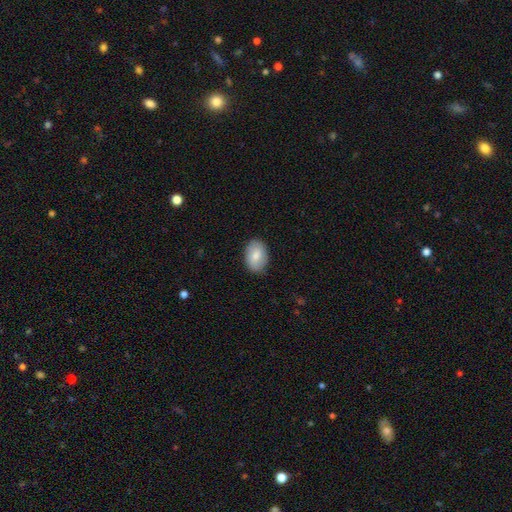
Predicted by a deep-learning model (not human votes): Overall: smooth (78%). How rounded: in between (87%). Merging: none (86%).